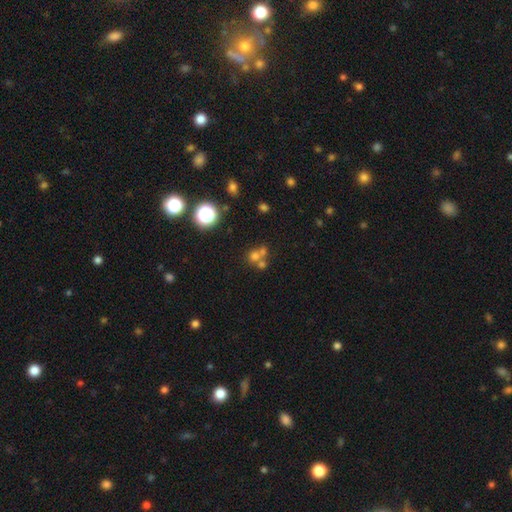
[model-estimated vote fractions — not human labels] Smooth or featured? smooth (58%)
How rounded? round (83%)
Merging? merger (48%)